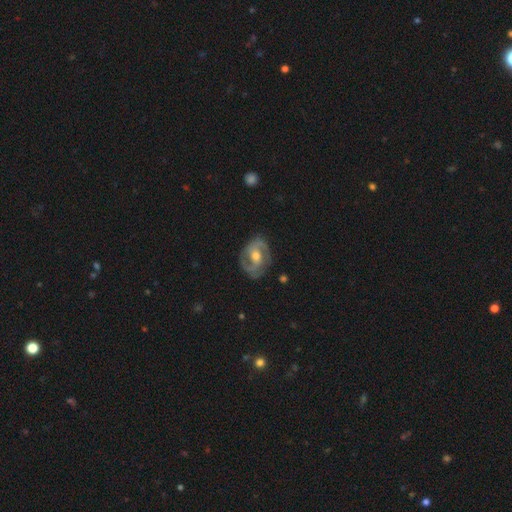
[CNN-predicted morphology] smooth_or_featured: featured or disk (p=0.85) [alt: smooth p=0.10]
disk_edge_on: no (p=0.97) [alt: yes p=0.03]
bar: weak (p=0.44) [alt: no p=0.38]
has_spiral_arms: yes (p=0.94) [alt: no p=0.06]
spiral_winding: medium (p=0.51) [alt: tight p=0.32]
spiral_arm_count: 2 (p=0.85) [alt: can't tell p=0.06]
bulge_size: moderate (p=0.71) [alt: small p=0.21]
merging: none (p=0.78) [alt: minor disturbance p=0.16]